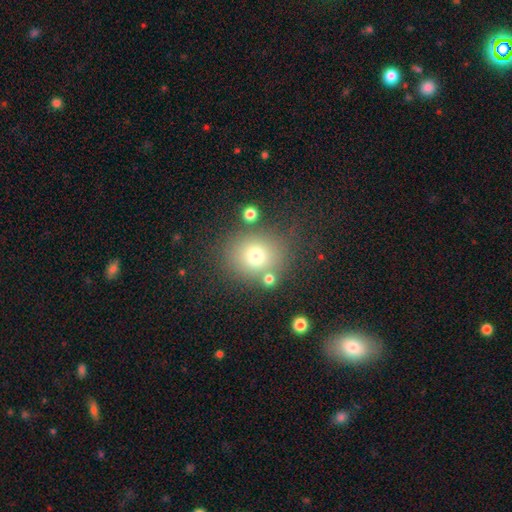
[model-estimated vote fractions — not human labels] A smooth galaxy with no disk features (73%) that is round (77%). Merging: none (71%).